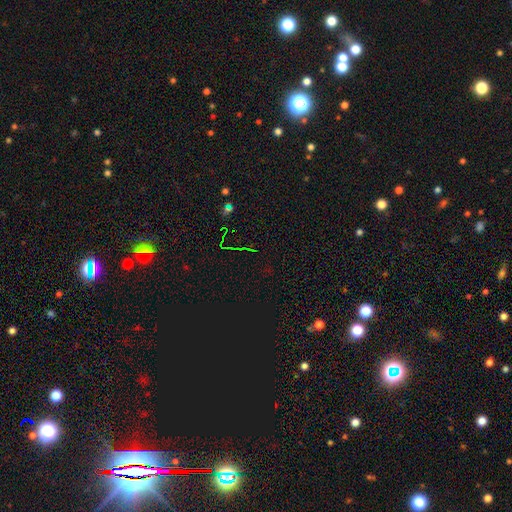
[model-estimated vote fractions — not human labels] This appears to be a star or artifact, not a galaxy (77%).